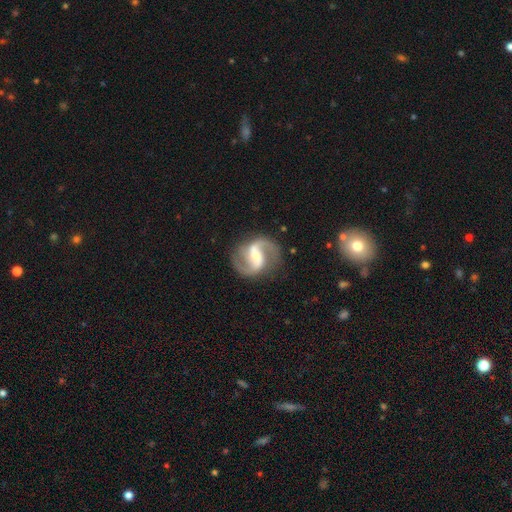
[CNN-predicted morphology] Q: Smooth or featured?
A: featured or disk (90%); runner-up: smooth (5%)
Q: Edge-on disk?
A: no (98%); runner-up: yes (2%)
Q: Bar?
A: strong (44%); runner-up: weak (40%)
Q: Spiral arms?
A: yes (97%); runner-up: no (3%)
Q: Spiral winding?
A: medium (53%); runner-up: loose (36%)
Q: Spiral arm count?
A: 2 (94%); runner-up: 1 (2%)
Q: Bulge size?
A: moderate (43%); runner-up: small (40%)
Q: Merging?
A: none (83%); runner-up: minor disturbance (11%)